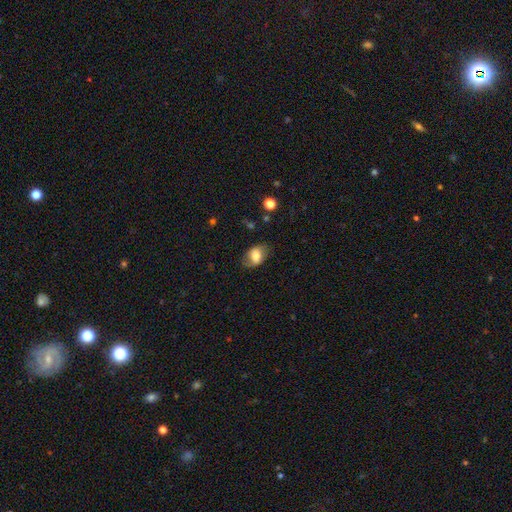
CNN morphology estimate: Overall: smooth (65%; featured or disk 26%). How rounded: in between (81%). Merging: none (70%).